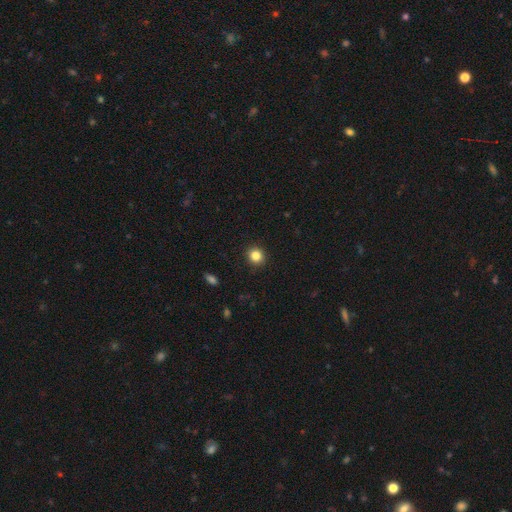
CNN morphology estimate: type=smooth (84%); roundness=round (89%); merging=none (91%).